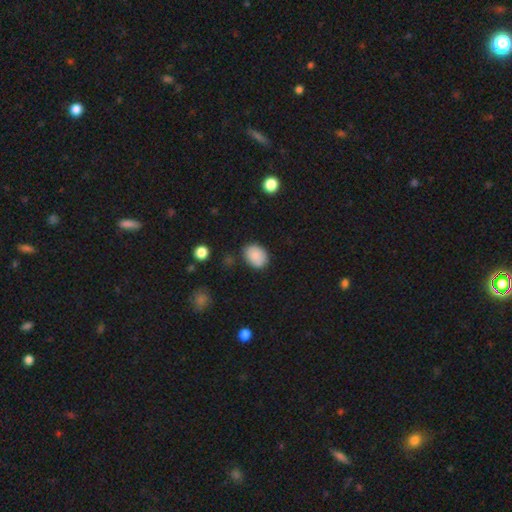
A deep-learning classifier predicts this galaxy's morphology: Q: Smooth or featured?
A: smooth (87%); runner-up: star or artifact (8%)
Q: How rounded?
A: in between (71%); runner-up: round (28%)
Q: Merging?
A: none (77%); runner-up: minor disturbance (16%)